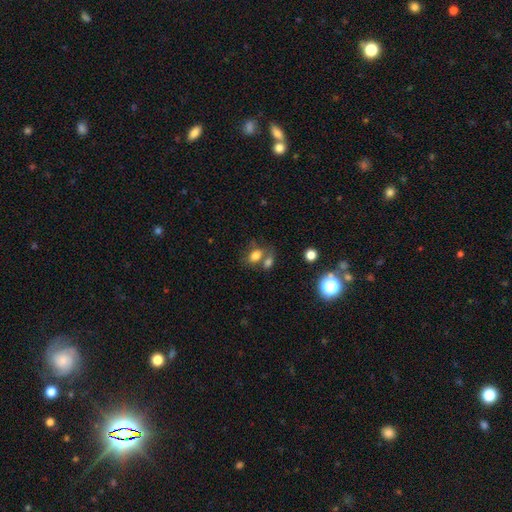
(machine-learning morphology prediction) Overall: smooth (76%). How rounded: in between (79%). Merging: none (43%; merger 39%).